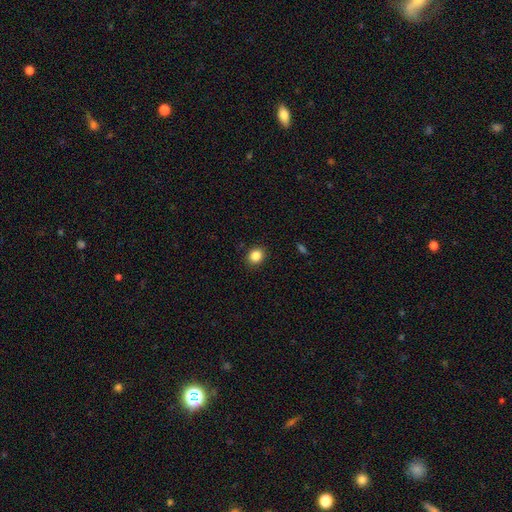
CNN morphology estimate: This is clearly a smooth galaxy (86%). How rounded: likely round (71%). Merging: clearly none (90%).